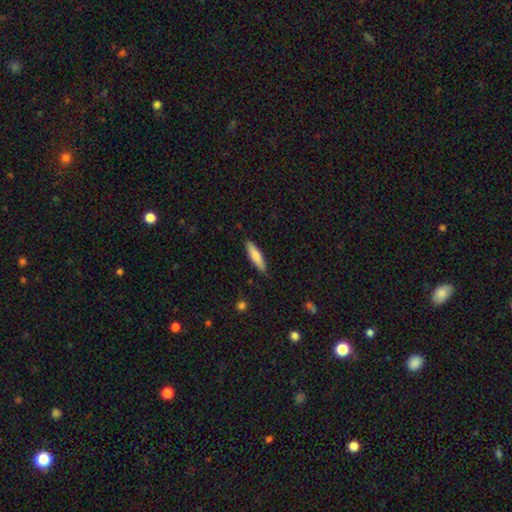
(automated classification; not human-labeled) Morphology: type=smooth (74%); roundness=cigar-shaped (75%); merging=none (88%).